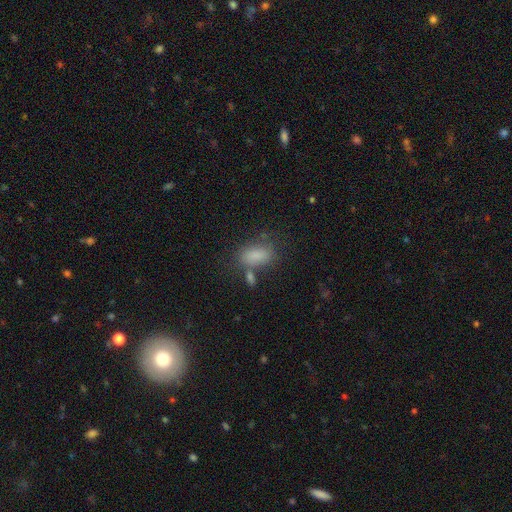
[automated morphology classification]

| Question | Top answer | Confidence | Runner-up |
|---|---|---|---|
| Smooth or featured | smooth | 82% | star or artifact (10%) |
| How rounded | in between | 88% | round (6%) |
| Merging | none | 58% | minor disturbance (18%) |